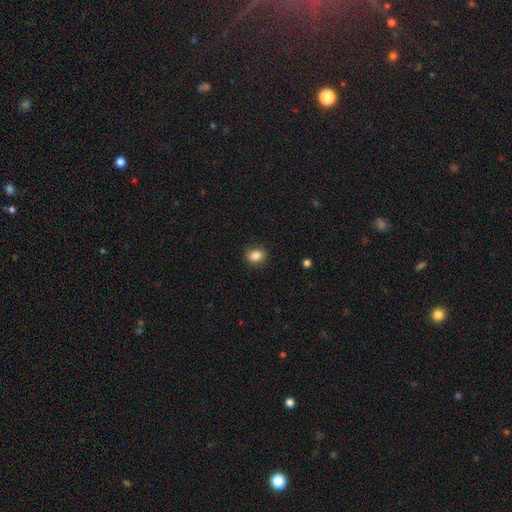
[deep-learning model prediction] A smooth galaxy with no disk features (85%) that is round (69%). Merging: none (90%).